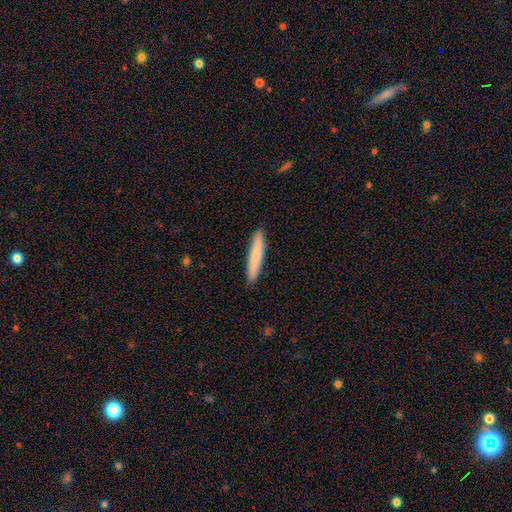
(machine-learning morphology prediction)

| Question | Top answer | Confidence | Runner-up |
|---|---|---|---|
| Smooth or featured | smooth | 74% | featured or disk (20%) |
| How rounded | cigar-shaped | 93% | in between (6%) |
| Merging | none | 91% | minor disturbance (7%) |